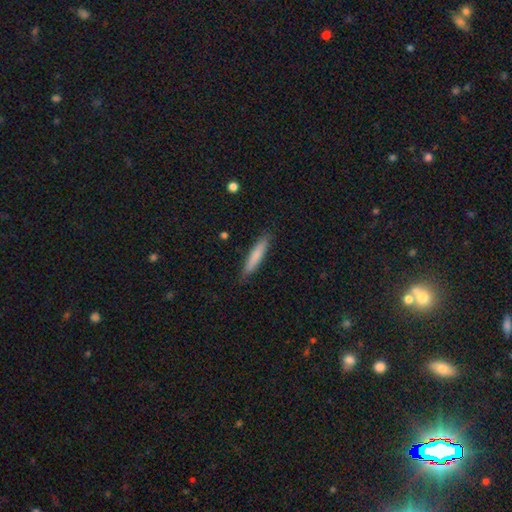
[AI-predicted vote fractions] Smooth or featured? smooth (78%)
How rounded? cigar-shaped (90%)
Merging? none (87%)